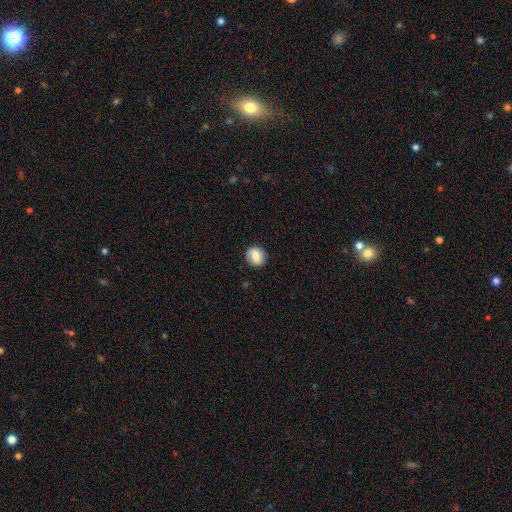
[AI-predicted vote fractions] smooth_or_featured: smooth (p=0.69) [alt: featured or disk p=0.22]
how_rounded: round (p=0.75) [alt: in between p=0.23]
merging: none (p=0.85) [alt: minor disturbance p=0.11]